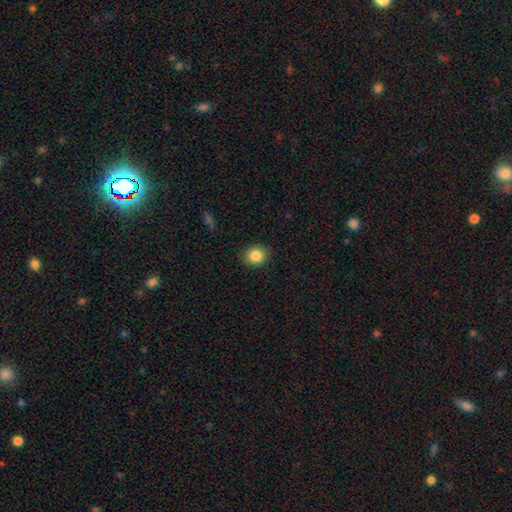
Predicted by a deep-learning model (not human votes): Smooth or featured? Predicted: smooth (p=0.85). How rounded? Predicted: round (p=0.69). Merging? Predicted: none (p=0.88).